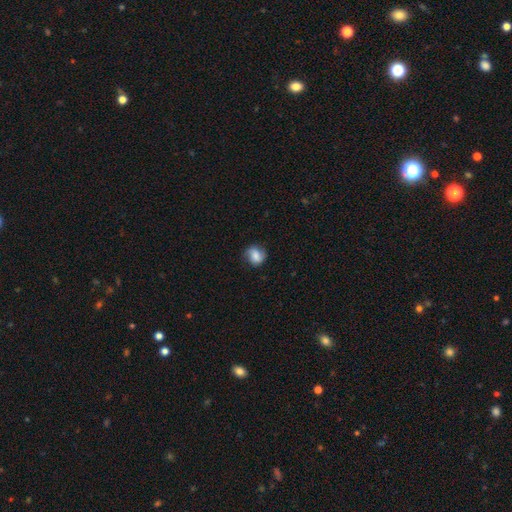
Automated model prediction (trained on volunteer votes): A smooth galaxy with no disk features (65%) that is round (72%). Merging: none (72%).